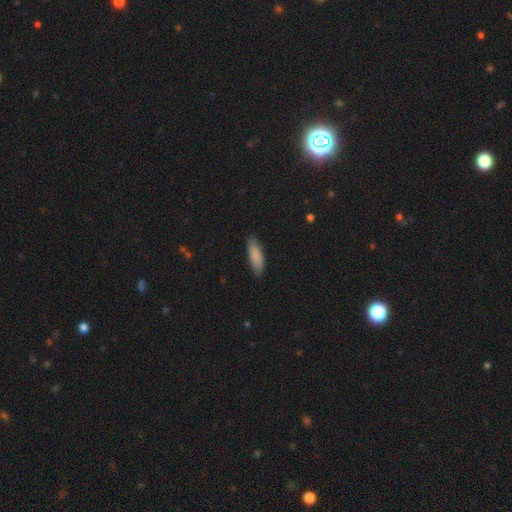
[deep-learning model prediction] This appears to be a smooth galaxy with no disk features (87%) that is in between round and cigar-shaped (51%). Merging: none (85%).